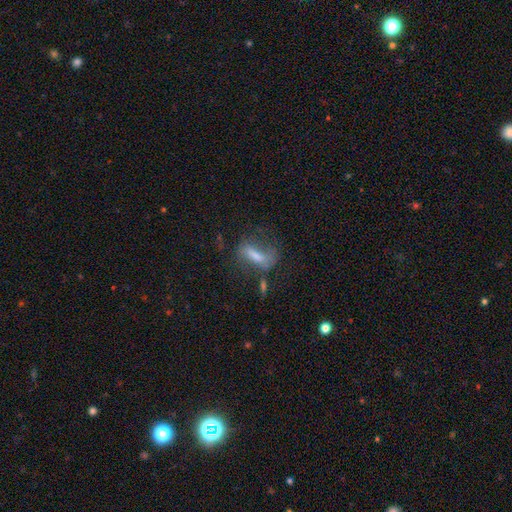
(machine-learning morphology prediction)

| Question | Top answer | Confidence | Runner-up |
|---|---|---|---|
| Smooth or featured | smooth | 48% | featured or disk (40%) |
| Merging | none | 40% | major disturbance (30%) |